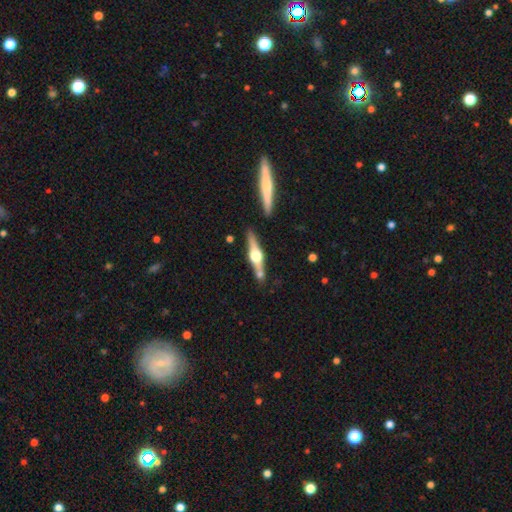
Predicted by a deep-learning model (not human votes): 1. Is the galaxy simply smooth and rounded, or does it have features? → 77% featured or disk, 17% smooth, 5% star or artifact.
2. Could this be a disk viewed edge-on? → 97% yes, 3% no.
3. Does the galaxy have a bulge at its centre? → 94% rounded, 4% boxy, 1% none.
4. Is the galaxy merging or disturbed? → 78% none, 10% minor disturbance, 9% merger, 2% major disturbance.